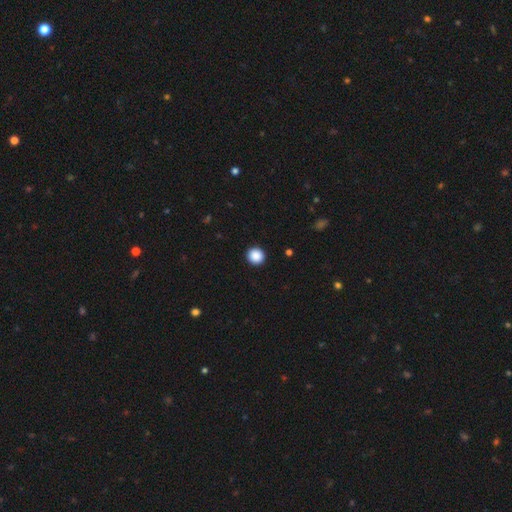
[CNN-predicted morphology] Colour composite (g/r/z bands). It shows a smooth galaxy with no disk features (89%) that is round (94%). Merging: none (93%).